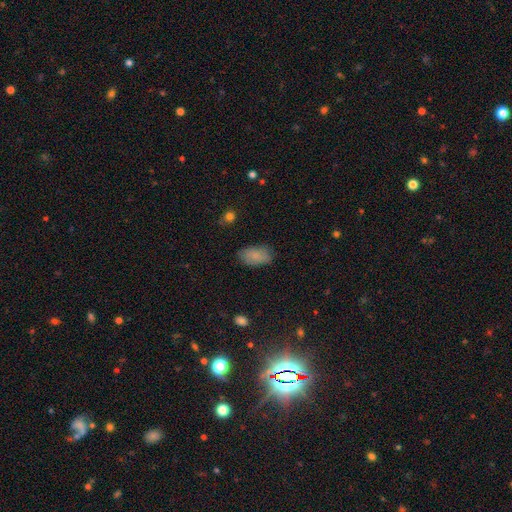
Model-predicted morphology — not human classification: Smooth or featured? smooth (84%)
How rounded? in between (93%)
Merging? none (81%)